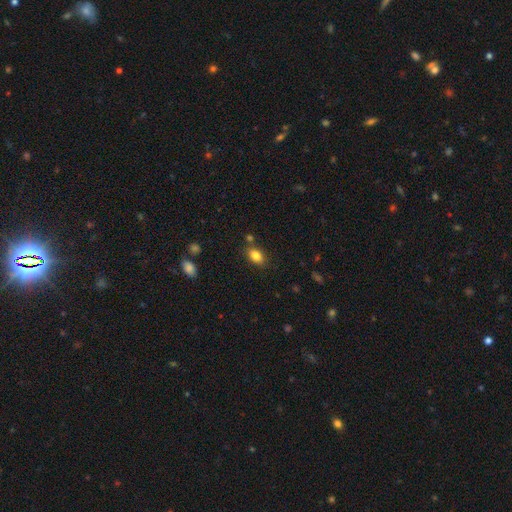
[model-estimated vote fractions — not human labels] Smooth or featured? smooth (84%)
How rounded? in between (85%)
Merging? none (80%)